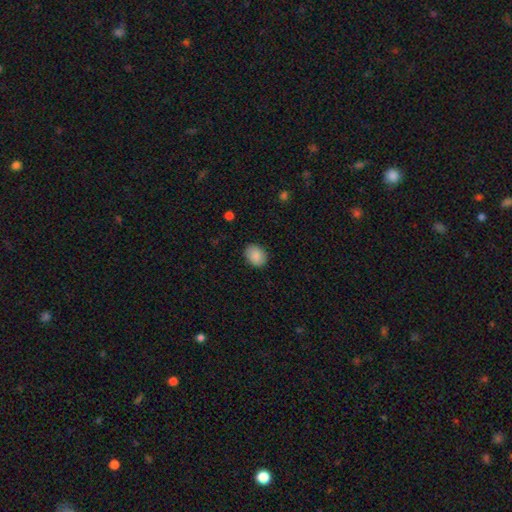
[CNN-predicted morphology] smooth 88%, star or artifact 7%, featured or disk 5%. Down the decision tree: how rounded — in between (60%); merging — none (88%).